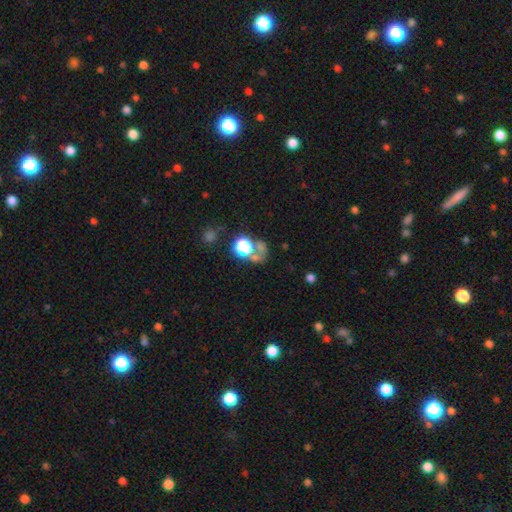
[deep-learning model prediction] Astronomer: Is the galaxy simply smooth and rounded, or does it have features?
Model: star or artifact — 42%, tied with smooth at 42%.